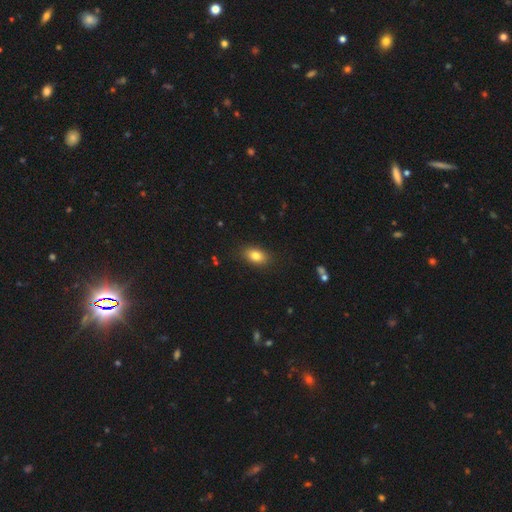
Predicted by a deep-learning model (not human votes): smooth-or-featured: smooth: 81% | featured or disk: 10% | star or artifact: 9%
  how-rounded: in between: 85% | round: 13% | cigar-shaped: 3%
  merging: none: 87% | minor disturbance: 10% | major disturbance: 2% | merger: 1%